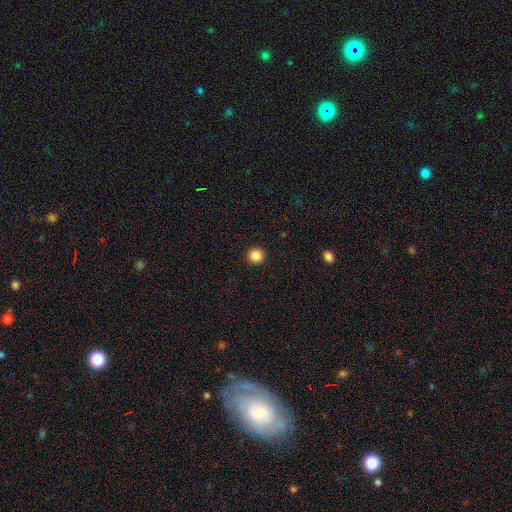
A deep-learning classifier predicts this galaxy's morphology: Smooth or featured: smooth — 86% (star or artifact — 11%)
How rounded: round — 96% (in between — 3%)
Merging: none — 94% (minor disturbance — 4%)